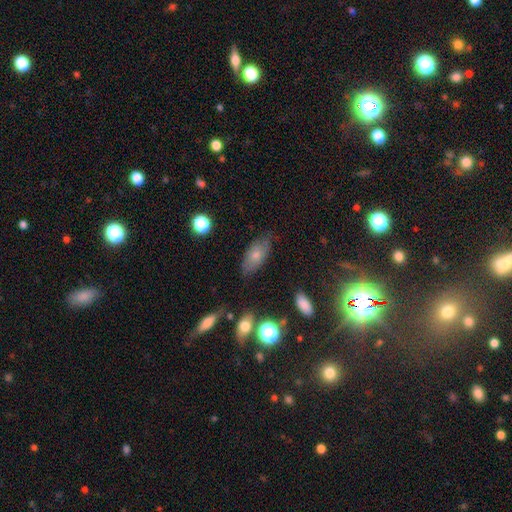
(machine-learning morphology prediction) This is possibly a smooth galaxy (60%). How rounded: clearly in between (86%). Merging: likely none (74%).